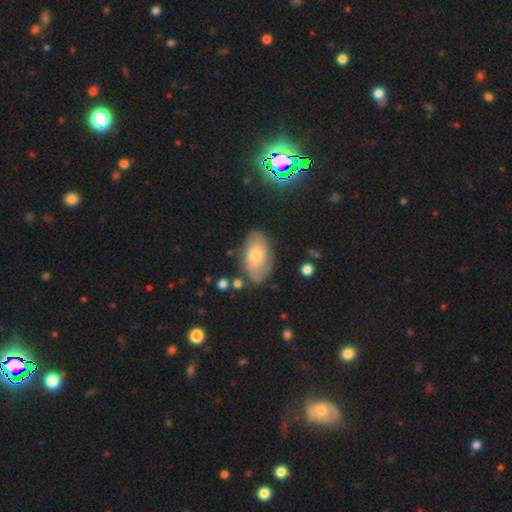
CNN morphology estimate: Smooth or featured: featured or disk — 49% (smooth — 41%)
Merging: none — 76% (minor disturbance — 17%)